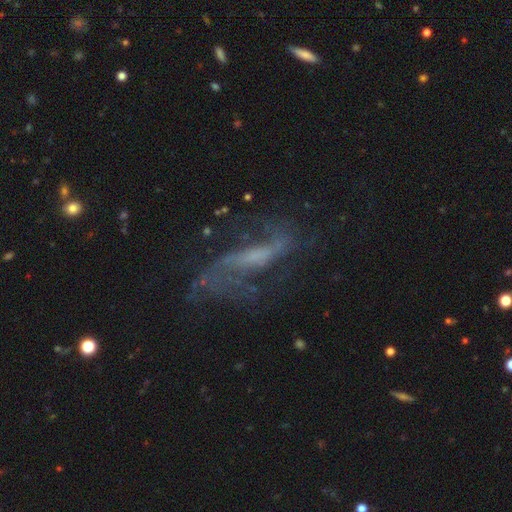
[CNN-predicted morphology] Smooth or featured: featured or disk — 74% (smooth — 14%)
Edge-on disk: no — 82% (yes — 18%)
Bar: weak — 37% (no — 32%)
Spiral arms: yes — 80% (no — 20%)
Bulge size: none — 37% (small — 36%)
Merging: none — 54% (major disturbance — 23%)